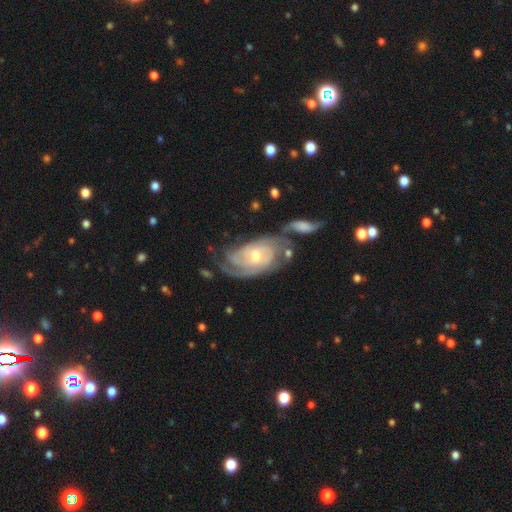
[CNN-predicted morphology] Smooth or featured? featured or disk (86%)
Edge-on disk? no (95%)
Bar? no (57%)
Spiral arms? yes (95%)
Spiral winding? tight (64%)
Spiral arm count? 2 (33%)
Bulge size? moderate (62%)
Merging? none (46%)